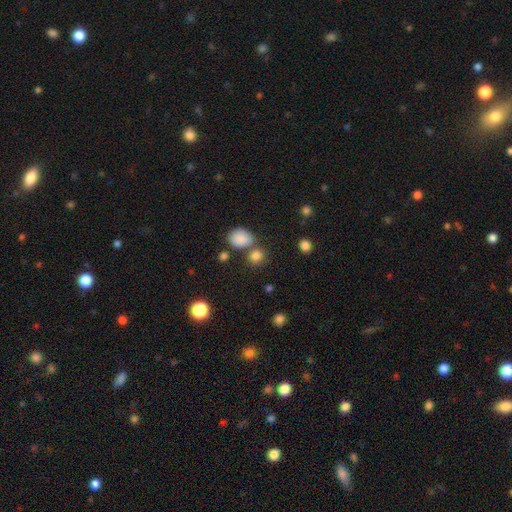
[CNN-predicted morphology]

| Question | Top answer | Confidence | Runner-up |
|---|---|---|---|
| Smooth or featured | smooth | 82% | star or artifact (13%) |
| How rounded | round | 70% | in between (29%) |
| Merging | none | 62% | merger (24%) |